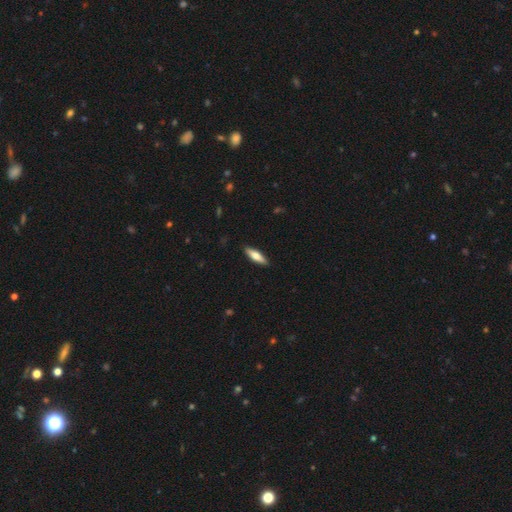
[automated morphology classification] A smooth galaxy with no disk features (61%) that is cigar-shaped (62%). Merging: none (90%).